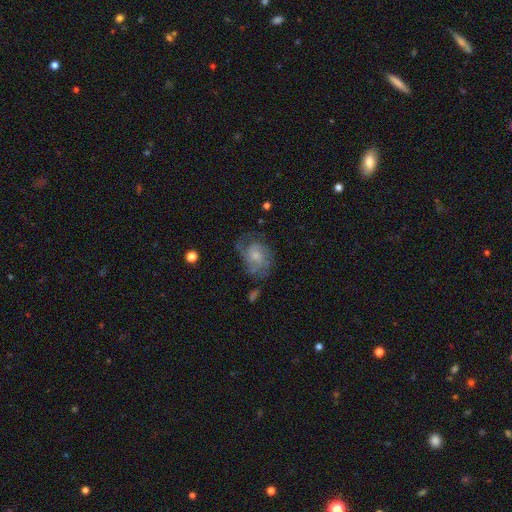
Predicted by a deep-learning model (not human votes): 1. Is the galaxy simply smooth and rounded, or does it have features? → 59% featured or disk, 33% smooth, 8% star or artifact.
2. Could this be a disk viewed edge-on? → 97% no, 3% yes.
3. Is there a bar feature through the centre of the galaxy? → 74% no, 23% weak, 3% strong.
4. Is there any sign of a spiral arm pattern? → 79% yes, 21% no.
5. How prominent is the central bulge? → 43% small, 39% moderate, 11% none, 6% large, 2% dominant.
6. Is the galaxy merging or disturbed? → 47% none, 27% minor disturbance, 23% major disturbance, 3% merger.